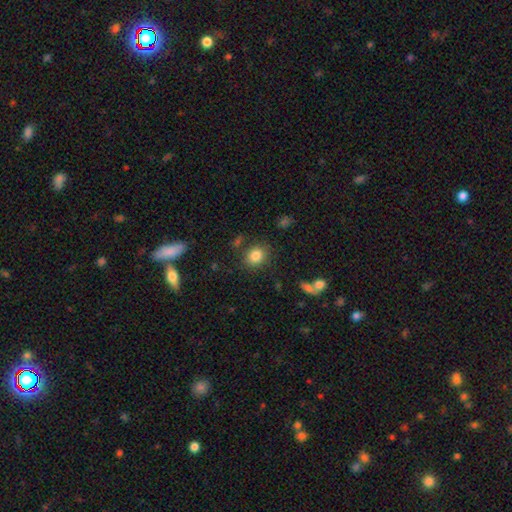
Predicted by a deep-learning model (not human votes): A smooth galaxy with no disk features (84%) that is round (65%). Merging: none (81%).